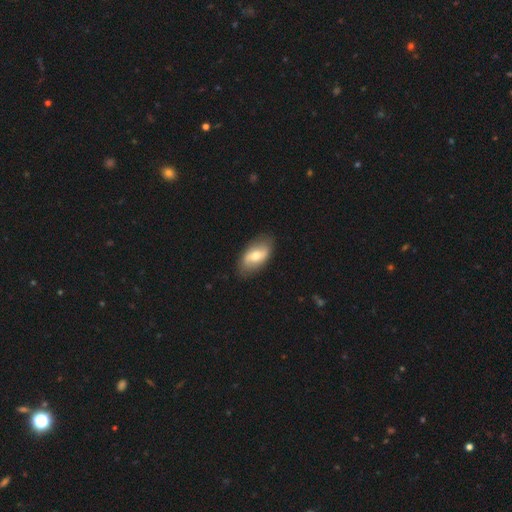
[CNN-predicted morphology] A smooth galaxy with no disk features (51%) that is in between round and cigar-shaped (92%). Merging: none (83%).